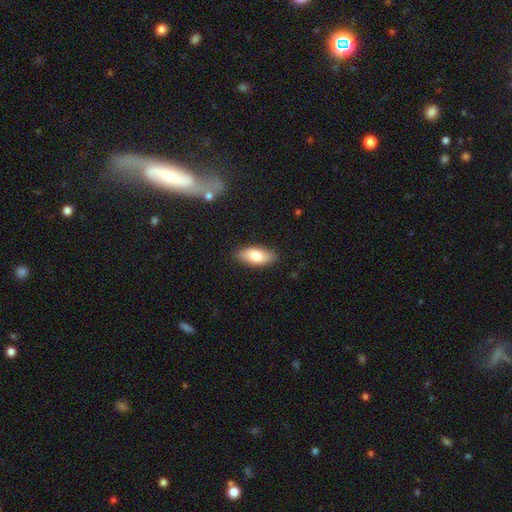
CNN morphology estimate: Smooth or featured?
  - smooth: 79% *
  - featured or disk: 15%
  - star or artifact: 6%
How rounded?
  - in between: 86% *
  - cigar-shaped: 12%
  - round: 3%
Merging?
  - none: 87% *
  - minor disturbance: 10%
  - major disturbance: 2%
  - merger: 1%